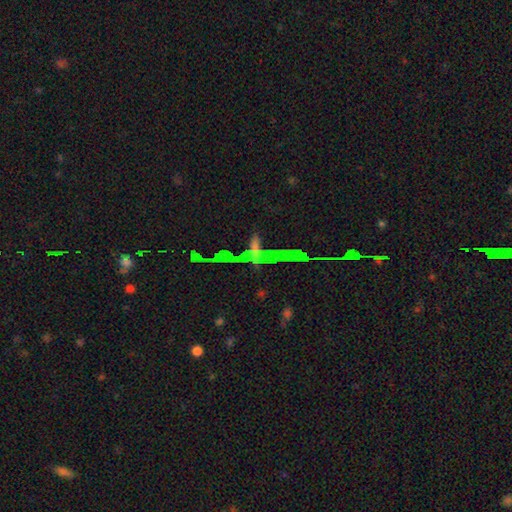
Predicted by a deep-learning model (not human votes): Smooth or featured?
  - star or artifact: 47% *
  - featured or disk: 29%
  - smooth: 24%